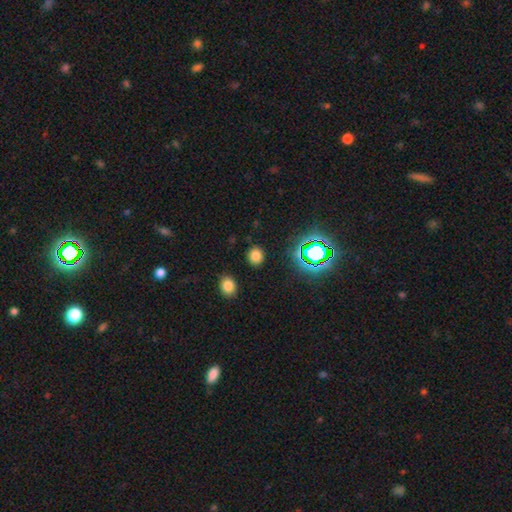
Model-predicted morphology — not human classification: A smooth galaxy with no disk features (76%) that is round (75%). Merging: none (88%).